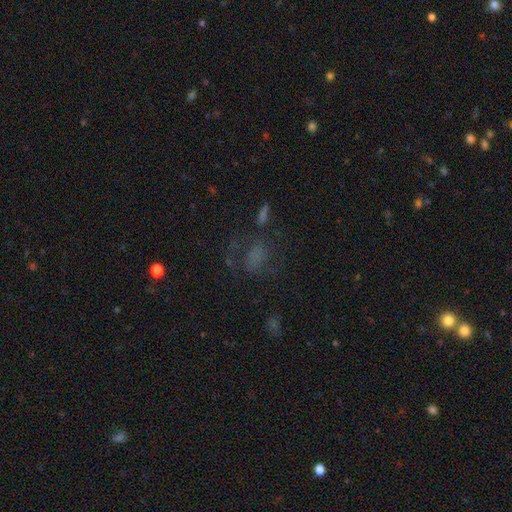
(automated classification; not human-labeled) Overall: smooth (50%; star or artifact 27%). Merging: none (44%; major disturbance 30%).